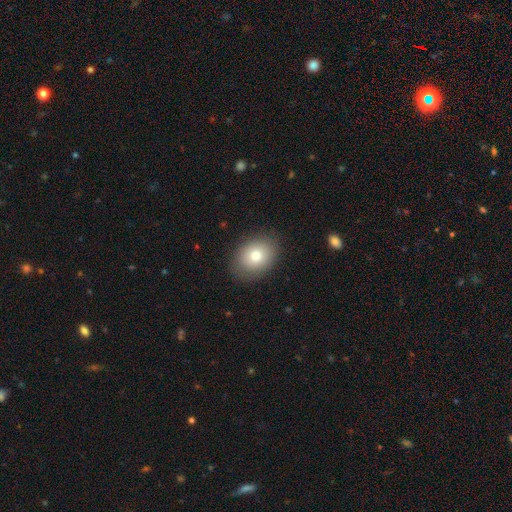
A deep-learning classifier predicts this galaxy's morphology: Smooth or featured? Predicted: smooth (p=0.78). How rounded? Predicted: in between (p=0.62). Merging? Predicted: none (p=0.86).